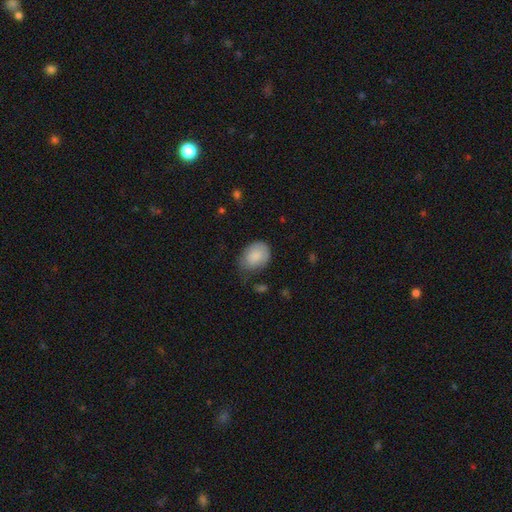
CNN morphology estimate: This is clearly a smooth galaxy (83%). How rounded: likely in between (72%). Merging: possibly none (52%).